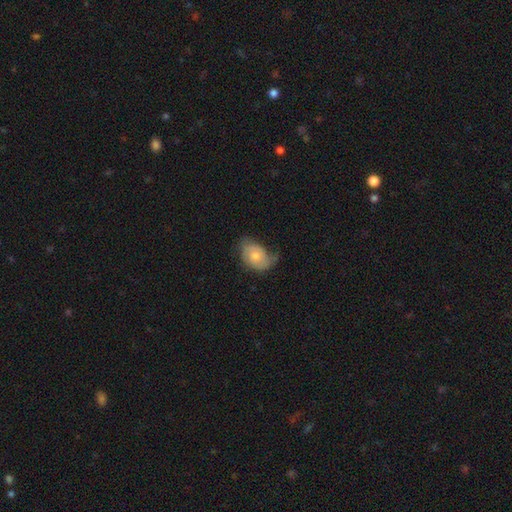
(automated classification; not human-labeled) This is possibly a smooth galaxy (56%). How rounded: likely in between (79%). Merging: marginally none (41%).